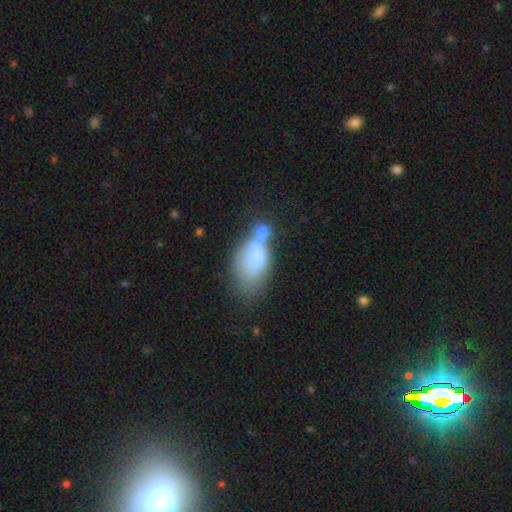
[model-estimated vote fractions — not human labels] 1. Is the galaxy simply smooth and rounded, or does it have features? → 66% smooth, 25% featured or disk, 9% star or artifact.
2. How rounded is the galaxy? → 88% in between, 7% round, 5% cigar-shaped.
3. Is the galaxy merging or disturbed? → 45% merger, 20% none, 18% major disturbance, 17% minor disturbance.